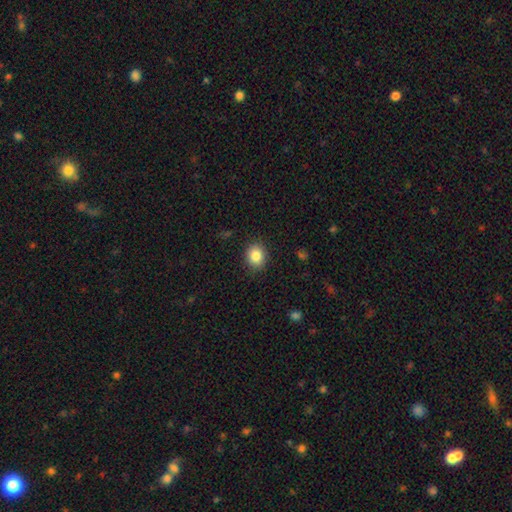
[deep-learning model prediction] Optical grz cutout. It shows a smooth galaxy with no disk features (84%) that is round (64%). Merging: none (88%).